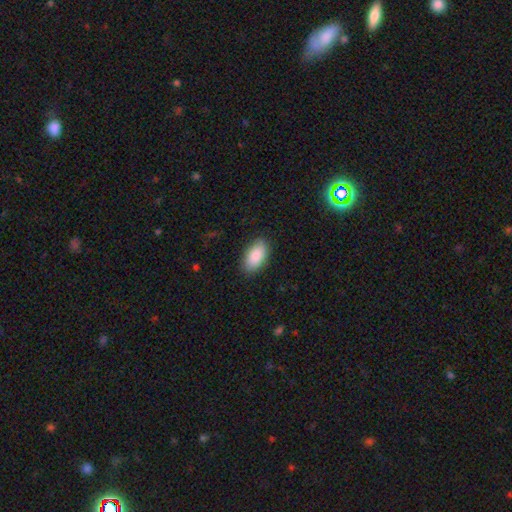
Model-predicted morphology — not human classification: Q: Smooth or featured?
A: smooth (89%); runner-up: star or artifact (6%)
Q: How rounded?
A: in between (94%); runner-up: round (3%)
Q: Merging?
A: none (87%); runner-up: minor disturbance (10%)